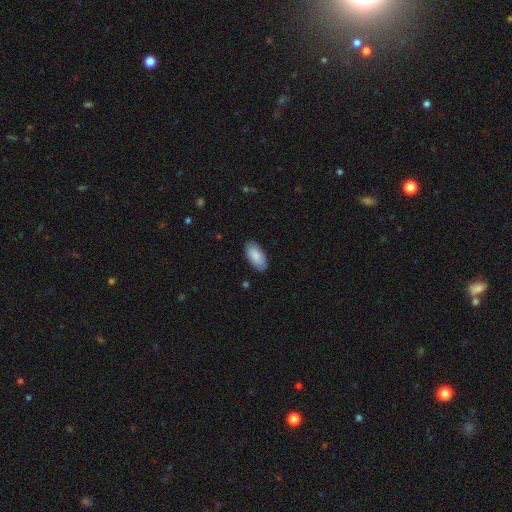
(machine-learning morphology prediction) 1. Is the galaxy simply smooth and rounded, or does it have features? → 86% smooth, 9% featured or disk, 6% star or artifact.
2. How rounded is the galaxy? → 93% in between, 5% cigar-shaped, 2% round.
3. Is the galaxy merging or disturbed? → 86% none, 11% minor disturbance, 2% major disturbance, 1% merger.